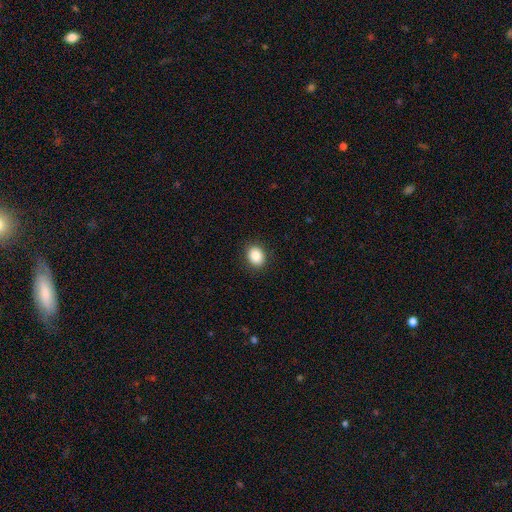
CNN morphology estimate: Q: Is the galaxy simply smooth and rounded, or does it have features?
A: smooth — 85%.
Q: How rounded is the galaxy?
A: round — 56%.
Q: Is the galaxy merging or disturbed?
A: none — 90%.